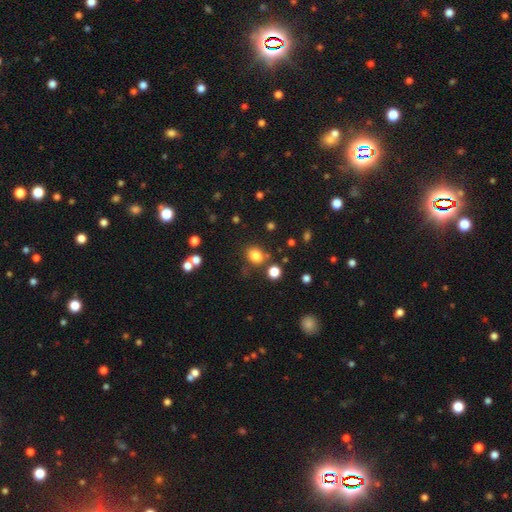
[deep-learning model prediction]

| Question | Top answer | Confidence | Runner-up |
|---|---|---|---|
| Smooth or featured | smooth | 81% | star or artifact (13%) |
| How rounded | round | 57% | in between (42%) |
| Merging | none | 75% | minor disturbance (12%) |